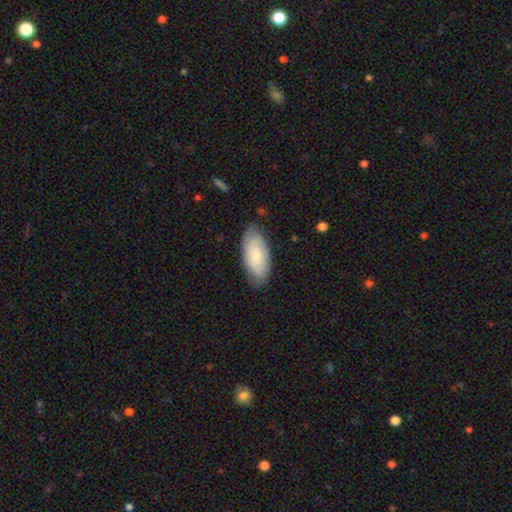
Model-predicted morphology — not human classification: This appears to be a smooth galaxy with no disk features (68%) that is in between round and cigar-shaped (90%). Merging: none (76%).